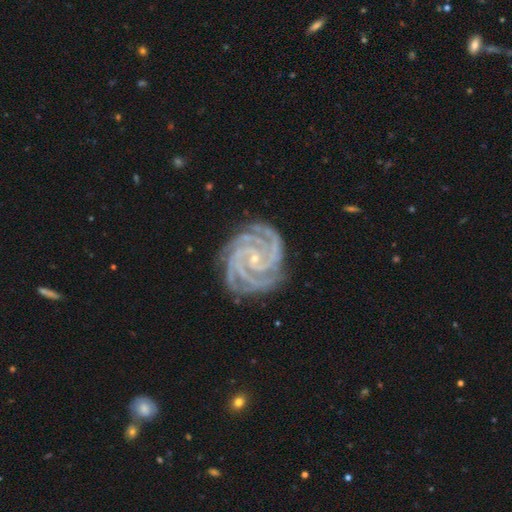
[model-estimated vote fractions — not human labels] Overall: featured or disk (91%). Edge-on disk: no (98%). Bar: no (54%; weak 28%). Spiral arms: yes (99%). Spiral arm count: 3 (32%; 4 28%). Spiral winding: tight (80%). Bulge size: small (80%). Merging: none (81%).